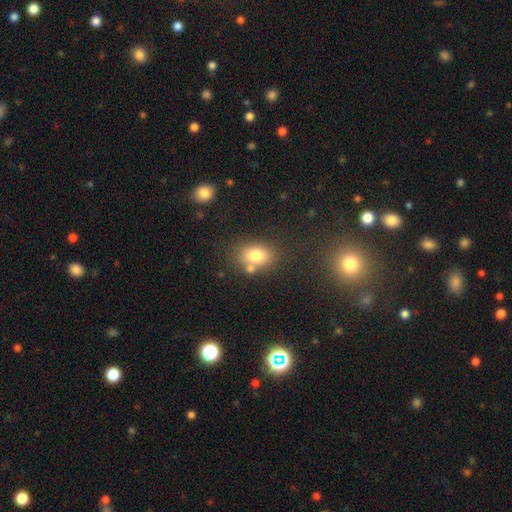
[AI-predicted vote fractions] The model was most divided on "how rounded": in between: 67%, round: 31%, cigar-shaped: 1%. More confident: smooth or featured — smooth (78%); merging — none (64%).